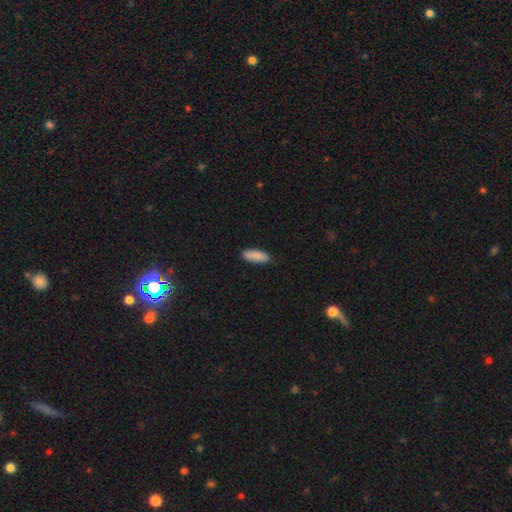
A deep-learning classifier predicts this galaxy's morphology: Overall: smooth (89%). How rounded: in between (62%; cigar-shaped 36%). Merging: none (82%).